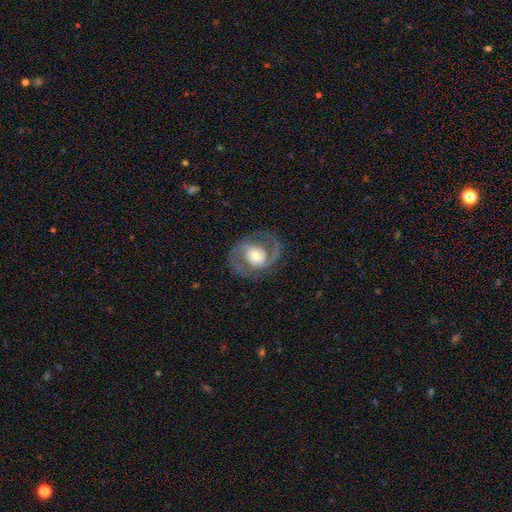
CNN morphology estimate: This is clearly a featured or disk galaxy (81%). It is clearly not viewed edge-on (97%). Bar: possibly no (57%). Spiral arm pattern: clearly yes (89%). Spiral arm count: clearly 2 (88%). Spiral winding: possibly medium (54%). Central bulge: possibly moderate (60%). Merging: likely none (77%).